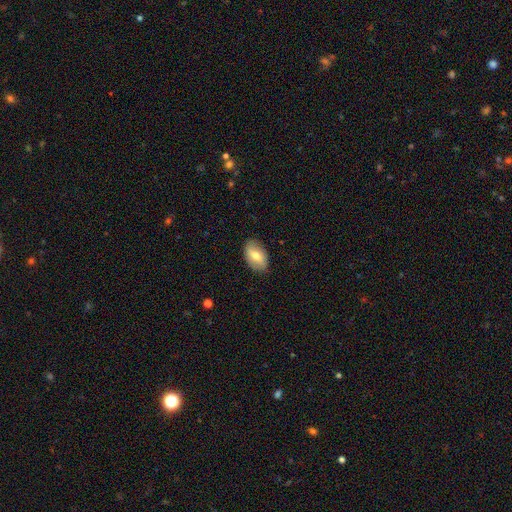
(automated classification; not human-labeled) Smooth or featured: smooth — 64% (featured or disk — 29%)
How rounded: in between — 91% (round — 7%)
Merging: none — 85% (minor disturbance — 12%)